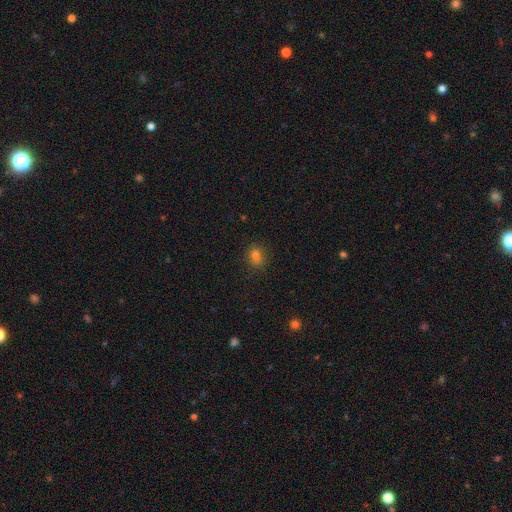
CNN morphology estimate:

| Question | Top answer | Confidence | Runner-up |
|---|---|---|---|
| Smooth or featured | smooth | 78% | star or artifact (15%) |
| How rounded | in between | 50% | round (48%) |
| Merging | none | 80% | minor disturbance (13%) |